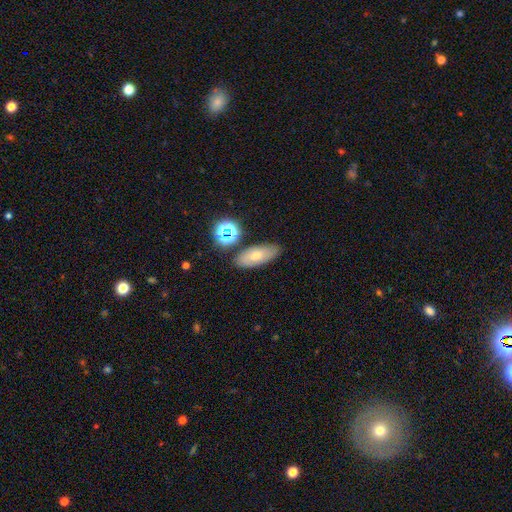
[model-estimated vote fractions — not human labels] Smooth or featured? smooth (61%)
How rounded? in between (75%)
Merging? none (81%)